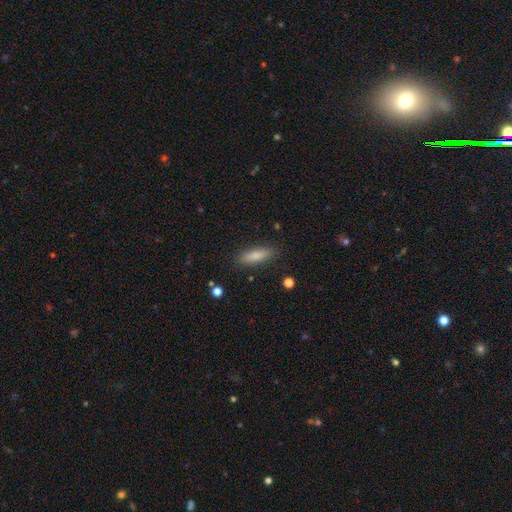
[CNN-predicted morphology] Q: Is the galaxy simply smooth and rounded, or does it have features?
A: smooth — 83%.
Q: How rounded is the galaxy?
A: in between — 50%.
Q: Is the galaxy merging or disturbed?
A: none — 86%.